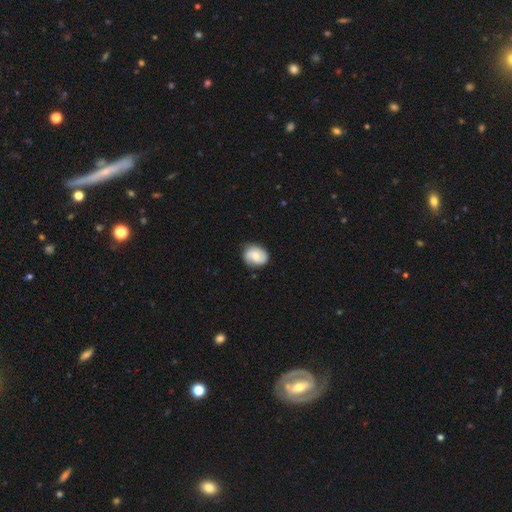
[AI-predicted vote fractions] Smooth or featured? smooth (48%)
Merging? none (75%)